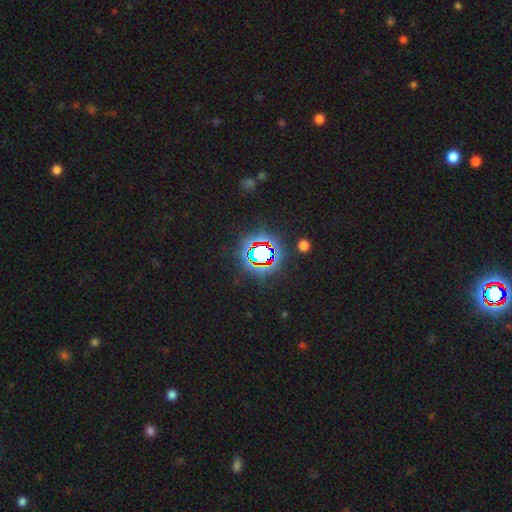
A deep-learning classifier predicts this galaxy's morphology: This appears to be a star or artifact, not a galaxy (76%).